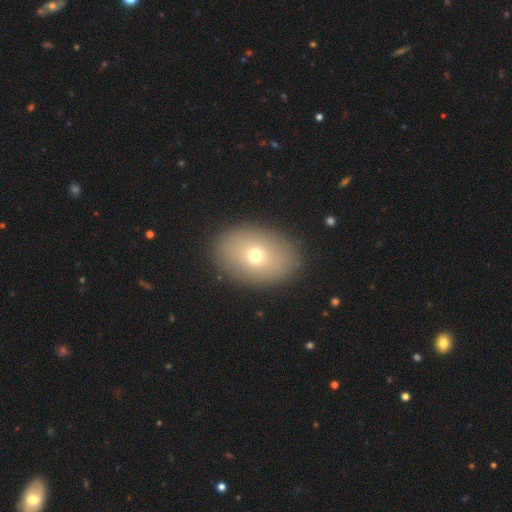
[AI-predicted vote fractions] smooth 68%, featured or disk 20%, star or artifact 12%. Down the decision tree: how rounded — in between (77%); merging — none (89%).